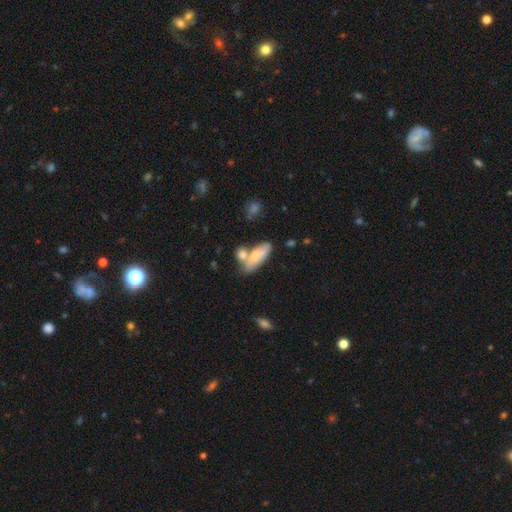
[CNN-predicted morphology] This is likely a smooth galaxy (65%). How rounded: likely in between (74%). Merging: marginally merger (40%).